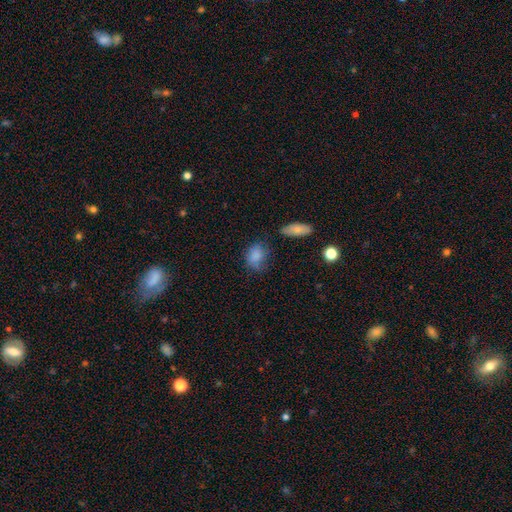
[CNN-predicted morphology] Overall: smooth (81%). How rounded: in between (55%; round 43%). Merging: none (56%; minor disturbance 28%).